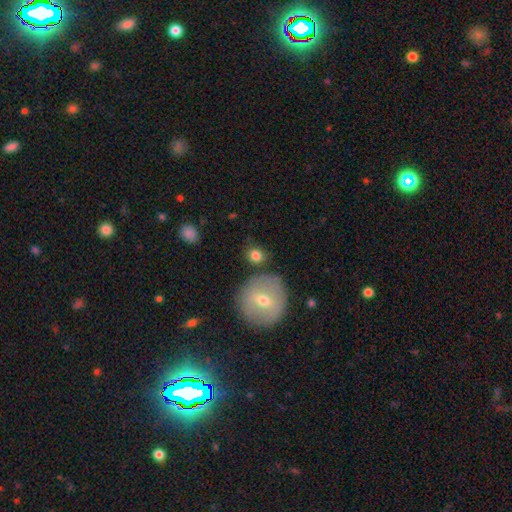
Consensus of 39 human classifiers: smooth-or-featured: smooth: 82% | star or artifact: 10% | featured or disk: 8%
  how-rounded: round: 78% | in between: 22% | cigar-shaped: 0%
  merging: none: 66% | minor disturbance: 31% | merger: 3% | major disturbance: 0%